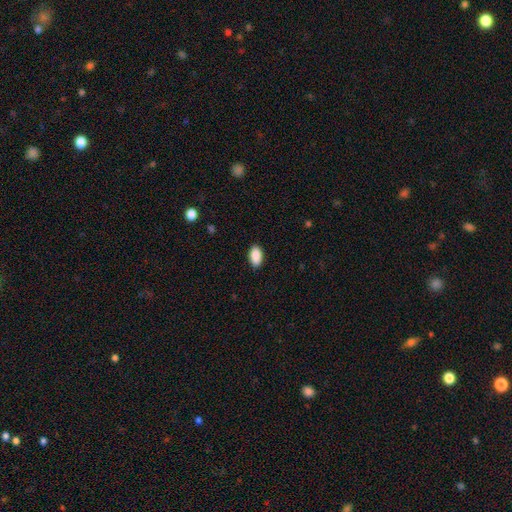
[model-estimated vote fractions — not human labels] A smooth galaxy with no disk features (90%) that is in between round and cigar-shaped (94%). Merging: none (88%).